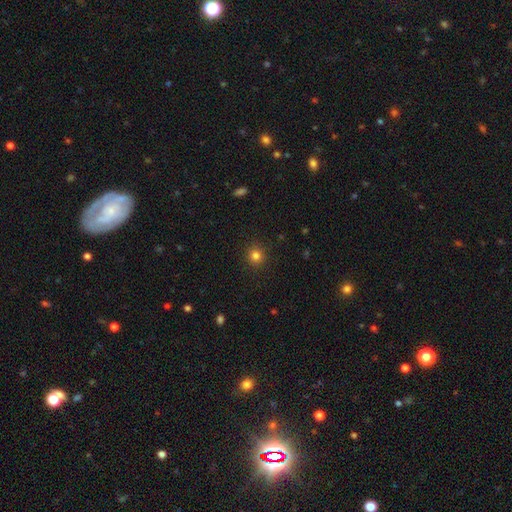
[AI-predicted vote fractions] A smooth galaxy with no disk features (82%) that is round (91%).

Vote fractions:
- Smooth or featured? smooth: 82% / star or artifact: 13% / featured or disk: 5%
- How rounded? round: 91% / in between: 8% / cigar-shaped: 1%
- Merging? none: 91% / minor disturbance: 6% / major disturbance: 2% / merger: 1%